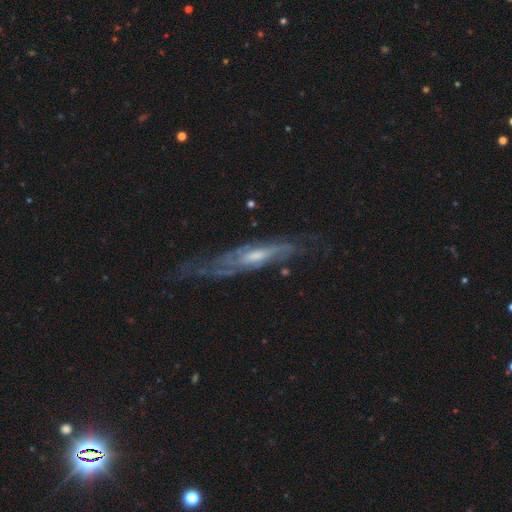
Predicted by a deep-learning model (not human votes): Smooth or featured? featured or disk (82%)
Edge-on disk? no (63%)
Bar? no (49%)
Spiral arms? yes (90%)
Bulge size? moderate (52%)
Merging? none (59%)